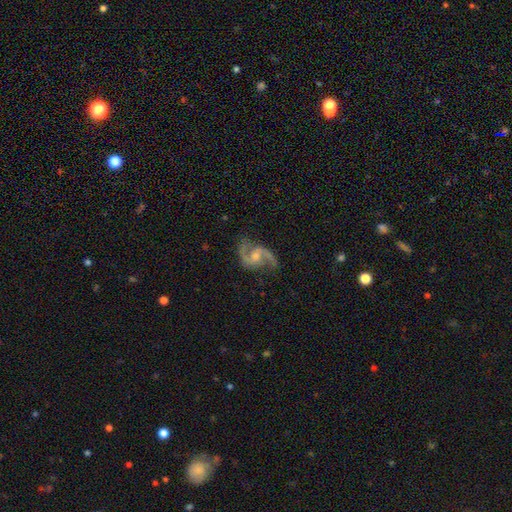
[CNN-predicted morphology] smooth-or-featured: featured or disk: 92% | star or artifact: 5% | smooth: 4%
  disk-edge-on: no: 98% | yes: 2%
    bar: weak: 45% | no: 42% | strong: 13%
    has-spiral-arms: yes: 98% | no: 2%
      spiral-winding: loose: 52% | medium: 41% | tight: 7%
      spiral-arm-count: 2: 94% | can't tell: 2% | 1: 2% | 3: 1% | 4: 1% | more than 4: 1%
    bulge-size: small: 47% | moderate: 42% | none: 8% | large: 2% | dominant: 1%
  merging: none: 77% | minor disturbance: 15% | major disturbance: 7% | merger: 2%